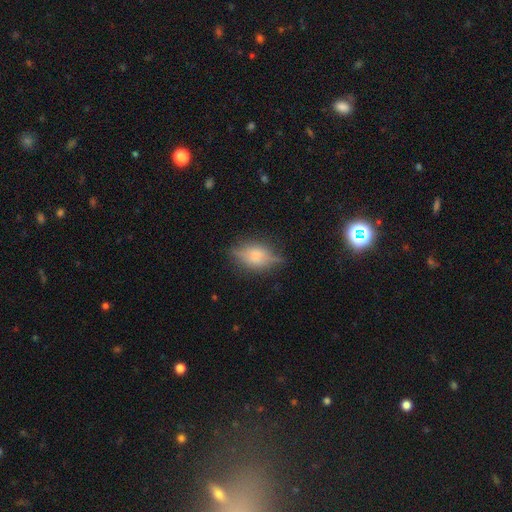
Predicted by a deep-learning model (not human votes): smooth_or_featured: featured or disk (p=0.47) [alt: smooth p=0.42]
merging: none (p=0.71) [alt: minor disturbance p=0.21]